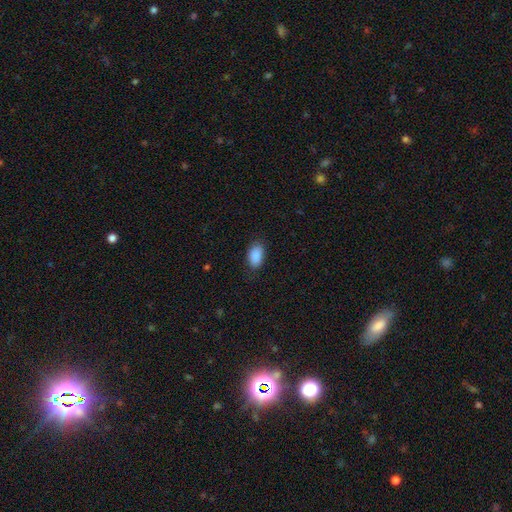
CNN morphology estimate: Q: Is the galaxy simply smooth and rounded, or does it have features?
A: smooth — 90%.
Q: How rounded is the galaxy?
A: in between — 93%.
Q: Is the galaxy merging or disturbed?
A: none — 84%.